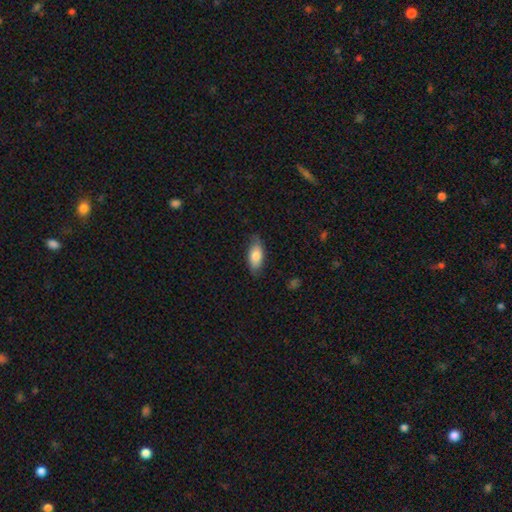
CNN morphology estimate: smooth-or-featured: smooth: 77% | featured or disk: 16% | star or artifact: 6%
  how-rounded: in between: 86% | cigar-shaped: 11% | round: 3%
  merging: none: 77% | minor disturbance: 19% | major disturbance: 3% | merger: 1%